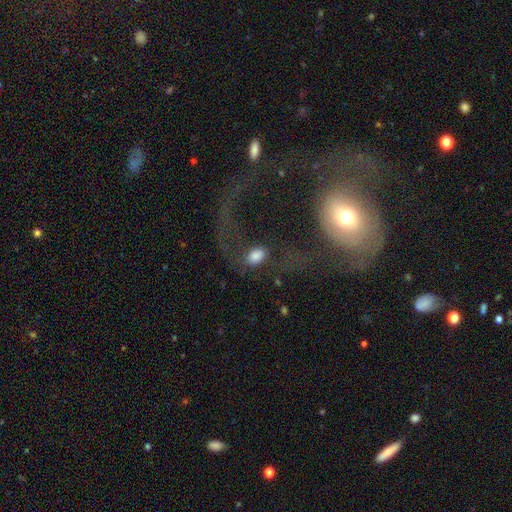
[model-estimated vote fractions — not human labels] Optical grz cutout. It shows a smooth galaxy with no disk features (60%) that is in between round and cigar-shaped (80%). Merging: none (37%).